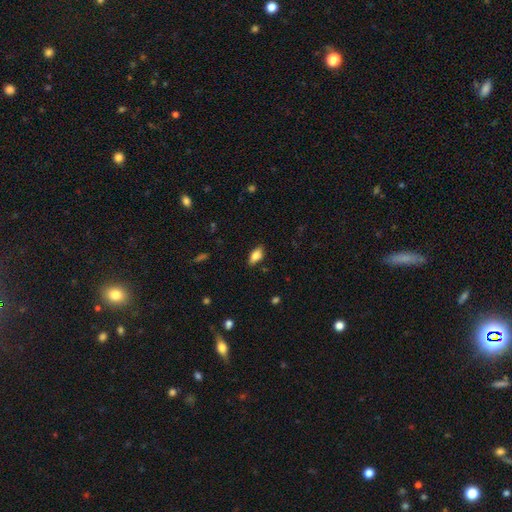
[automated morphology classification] Smooth or featured?
  - smooth: 78% *
  - featured or disk: 14%
  - star or artifact: 8%
How rounded?
  - in between: 88% *
  - cigar-shaped: 8%
  - round: 4%
Merging?
  - none: 84% *
  - minor disturbance: 12%
  - major disturbance: 2%
  - merger: 1%